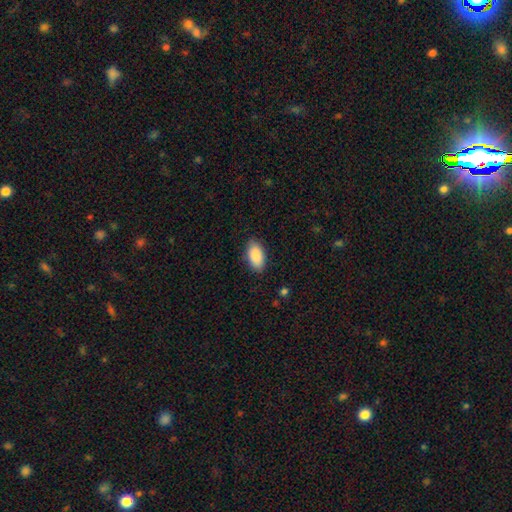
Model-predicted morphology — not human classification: Smooth or featured?
  - smooth: 89% *
  - star or artifact: 6%
  - featured or disk: 4%
How rounded?
  - in between: 94% *
  - cigar-shaped: 3%
  - round: 3%
Merging?
  - none: 86% *
  - minor disturbance: 11%
  - major disturbance: 2%
  - merger: 1%